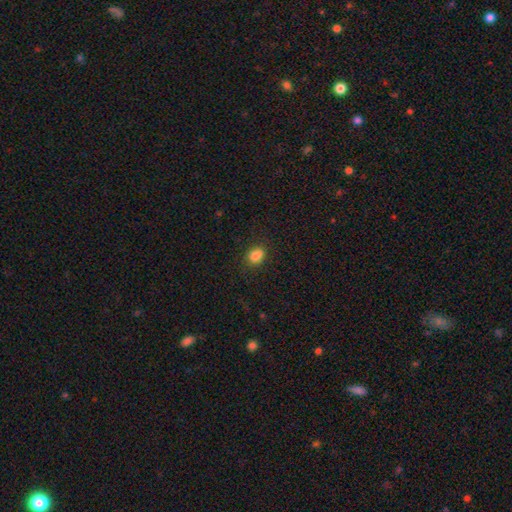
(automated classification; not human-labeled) Morphology: type=smooth (82%); roundness=in between (61%); merging=none (73%).